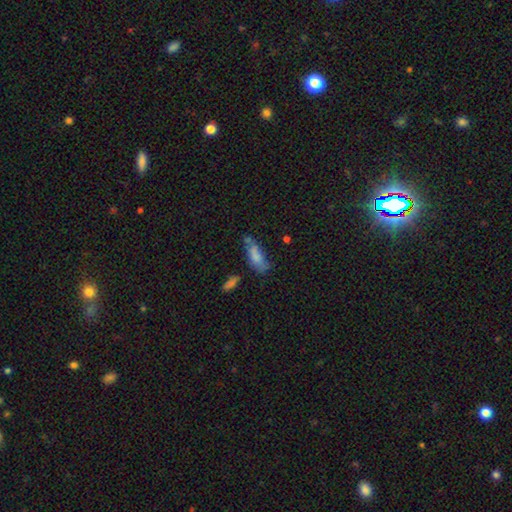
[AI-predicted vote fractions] smooth_or_featured: smooth (p=0.70) [alt: featured or disk p=0.21]
how_rounded: in between (p=0.70) [alt: cigar-shaped p=0.28]
merging: none (p=0.40) [alt: minor disturbance p=0.28]